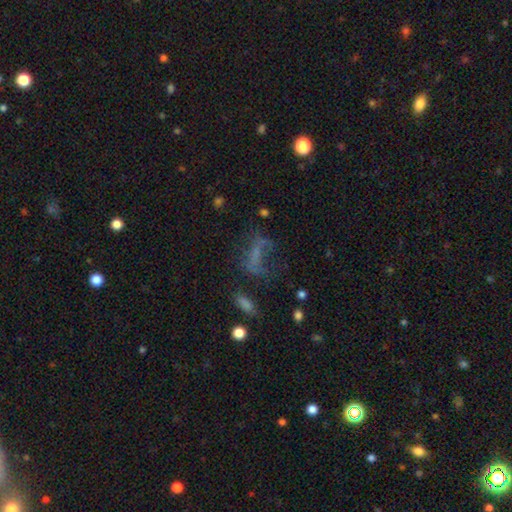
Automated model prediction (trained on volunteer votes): smooth-or-featured: smooth: 38% | featured or disk: 34% | star or artifact: 28%
  merging: none: 38% | major disturbance: 37% | minor disturbance: 18% | merger: 7%